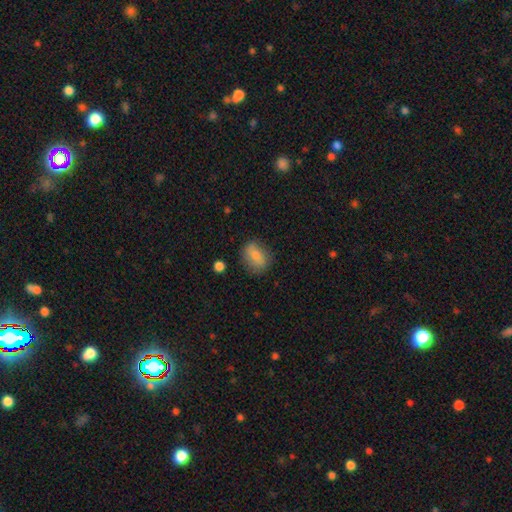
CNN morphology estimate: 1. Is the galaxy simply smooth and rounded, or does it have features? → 76% smooth, 16% featured or disk, 8% star or artifact.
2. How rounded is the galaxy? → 61% in between, 37% round, 2% cigar-shaped.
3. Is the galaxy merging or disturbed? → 77% none, 16% minor disturbance, 5% major disturbance, 2% merger.